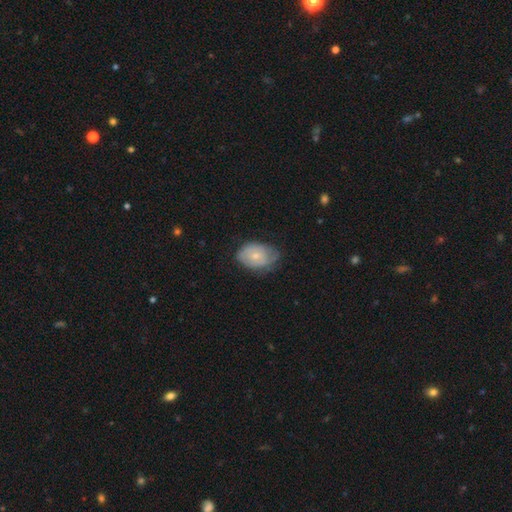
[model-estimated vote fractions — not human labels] Smooth or featured?
  - smooth: 53% *
  - featured or disk: 40%
  - star or artifact: 7%
How rounded?
  - in between: 78% *
  - round: 21%
  - cigar-shaped: 1%
Merging?
  - none: 53% *
  - minor disturbance: 34%
  - major disturbance: 11%
  - merger: 1%